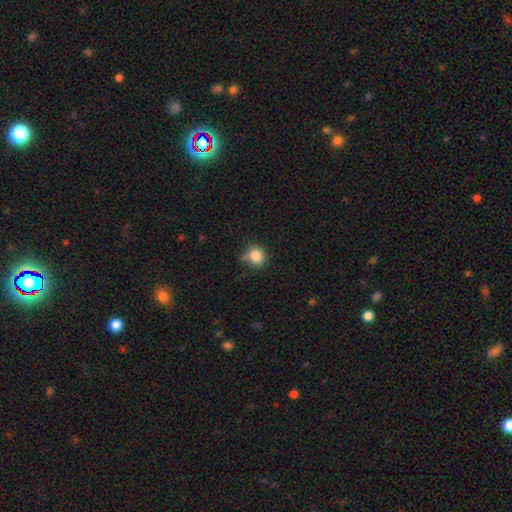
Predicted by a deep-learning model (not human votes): smooth_or_featured: smooth (p=0.83) [alt: star or artifact p=0.11]
how_rounded: round (p=0.81) [alt: in between p=0.18]
merging: none (p=0.68) [alt: minor disturbance p=0.23]